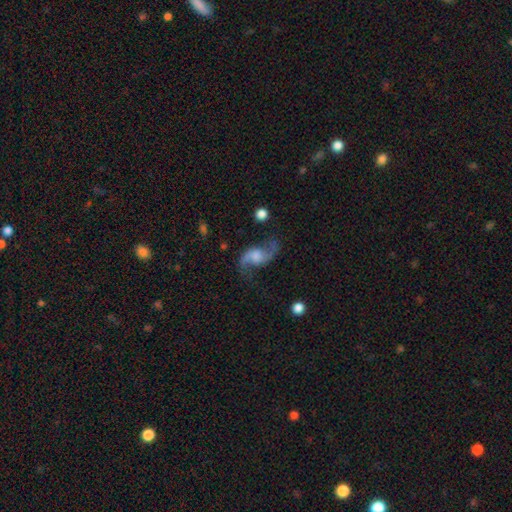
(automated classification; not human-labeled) Smooth or featured? featured or disk (84%)
Edge-on disk? no (96%)
Bar? no (56%)
Spiral arms? yes (95%)
Spiral winding? loose (78%)
Spiral arm count? 2 (93%)
Bulge size? moderate (30%)
Merging? none (71%)